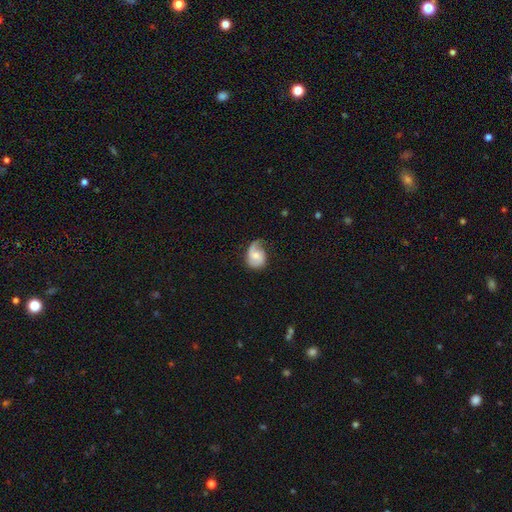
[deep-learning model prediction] smooth-or-featured: featured or disk: 66% | smooth: 27% | star or artifact: 7%
  disk-edge-on: no: 98% | yes: 2%
    bar: no: 58% | weak: 35% | strong: 6%
    has-spiral-arms: yes: 92% | no: 8%
      spiral-winding: medium: 41% | loose: 35% | tight: 24%
      spiral-arm-count: 2: 57% | 1: 34% | can't tell: 6% | 3: 1% | 4: 1% | more than 4: 1%
    bulge-size: moderate: 47% | small: 40% | none: 8% | large: 5% | dominant: 1%
  merging: none: 50% | minor disturbance: 31% | major disturbance: 17% | merger: 2%